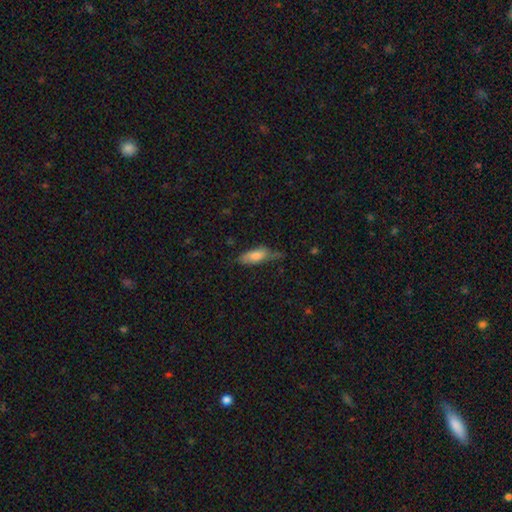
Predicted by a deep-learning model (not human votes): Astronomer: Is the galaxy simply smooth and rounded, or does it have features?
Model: smooth — 76%.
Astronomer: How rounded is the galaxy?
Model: in between — 71%.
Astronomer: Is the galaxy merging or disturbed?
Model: none — 51% (runner-up: minor disturbance, 35%).